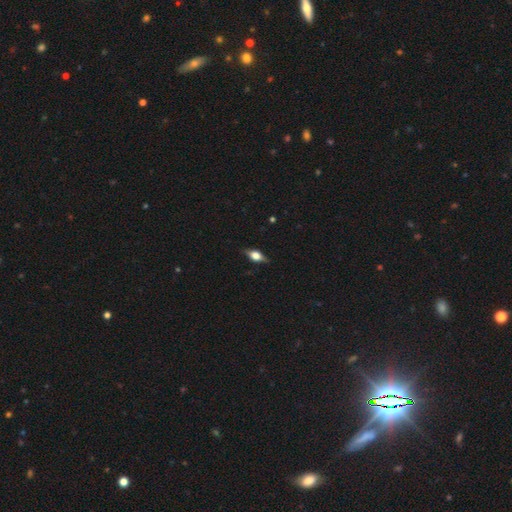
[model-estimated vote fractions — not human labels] smooth_or_featured: featured or disk (p=0.54) [alt: smooth p=0.37]
disk_edge_on: yes (p=0.92) [alt: no p=0.08]
merging: none (p=0.83) [alt: minor disturbance p=0.13]